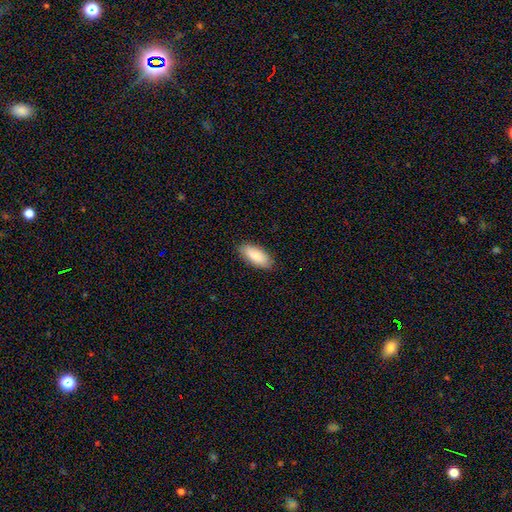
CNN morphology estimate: A smooth galaxy with no disk features (88%) that is in between round and cigar-shaped (84%). Merging: none (87%).